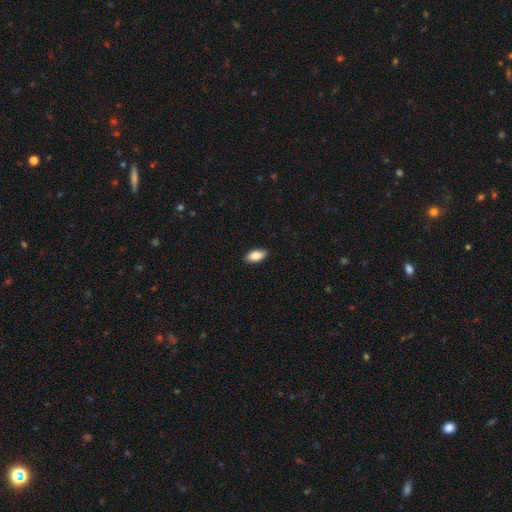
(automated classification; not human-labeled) smooth 86%, featured or disk 8%, star or artifact 7%. Down the decision tree: how rounded — in between (91%); merging — none (89%).